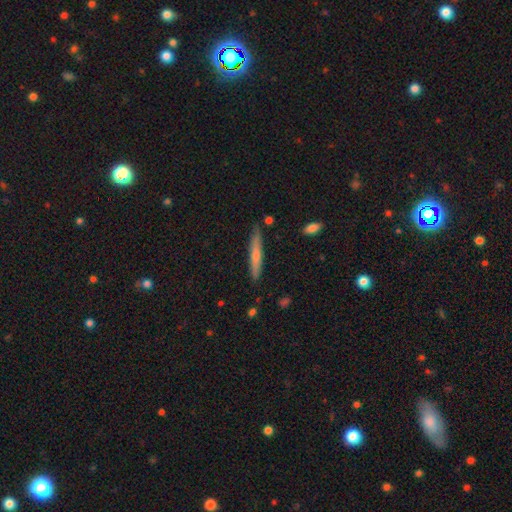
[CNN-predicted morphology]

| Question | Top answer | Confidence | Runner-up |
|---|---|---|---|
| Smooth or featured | featured or disk | 50% | smooth (36%) |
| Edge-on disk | yes | 92% | no (8%) |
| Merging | none | 86% | minor disturbance (10%) |